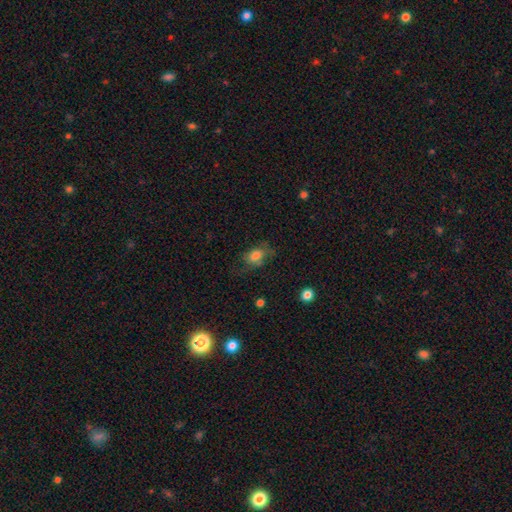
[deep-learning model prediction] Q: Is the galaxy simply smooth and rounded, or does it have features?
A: smooth — 73%.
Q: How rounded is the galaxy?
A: in between — 71%.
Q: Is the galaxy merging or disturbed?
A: none — 53%.